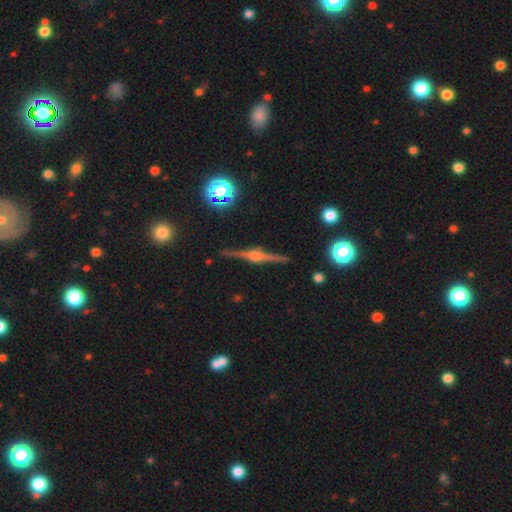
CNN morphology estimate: This appears to be a featured or disk galaxy (84%) viewed edge-on (98%) with a rounded central bulge (84%). Merging: none (89%).